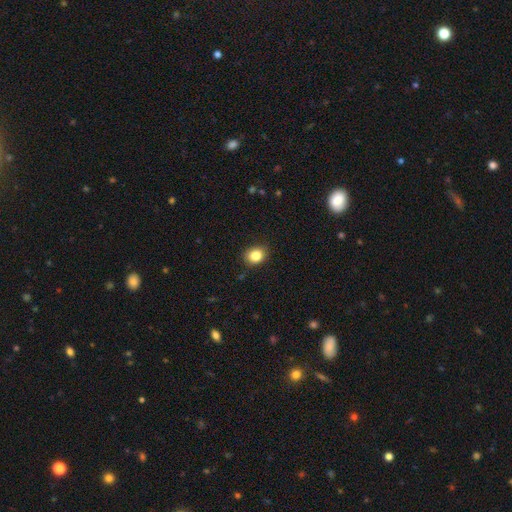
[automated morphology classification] Smooth or featured? Predicted: smooth (p=0.85). How rounded? Predicted: round (p=0.57). Merging? Predicted: none (p=0.86).